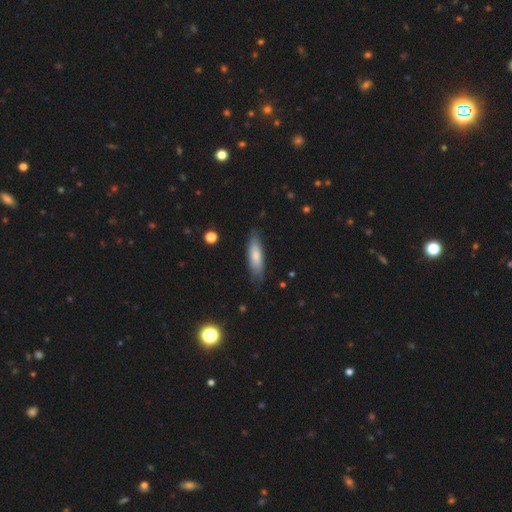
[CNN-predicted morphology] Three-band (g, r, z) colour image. It shows a smooth galaxy with no disk features (73%) that is cigar-shaped (58%). Merging: none (78%).